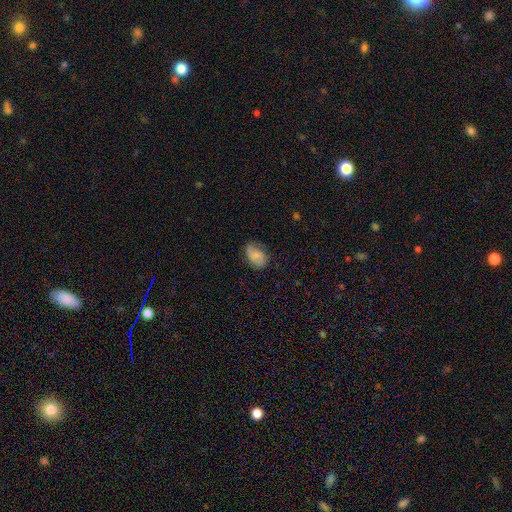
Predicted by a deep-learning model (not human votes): This appears to be a smooth galaxy with no disk features (57%) that is in between round and cigar-shaped (83%). Merging: none (68%).